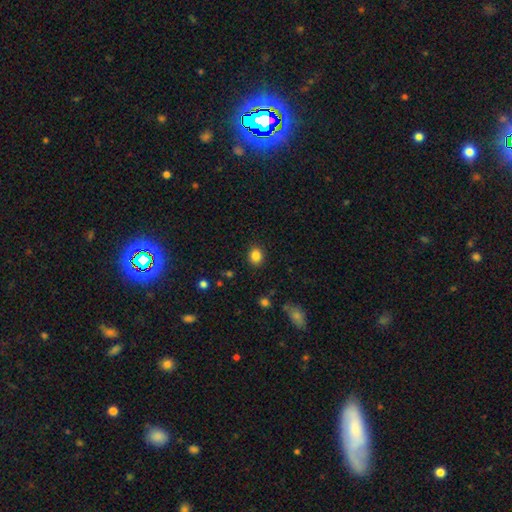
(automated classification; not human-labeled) A smooth galaxy with no disk features (85%) that is round (72%).

Vote fractions:
- Smooth or featured? smooth: 85% / star or artifact: 11% / featured or disk: 4%
- How rounded? round: 72% / in between: 27% / cigar-shaped: 1%
- Merging? none: 89% / minor disturbance: 7% / major disturbance: 2% / merger: 1%